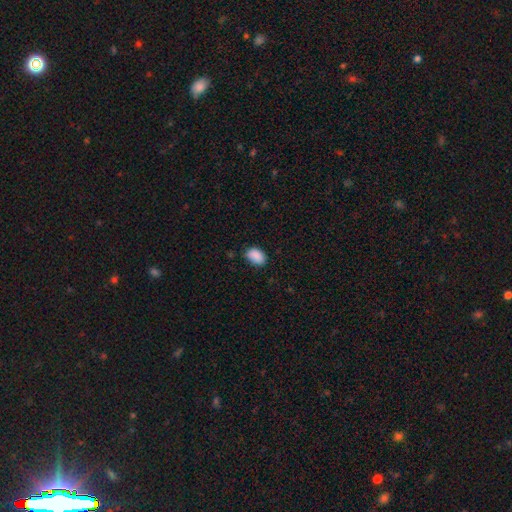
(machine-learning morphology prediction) A smooth galaxy with no disk features (89%) that is in between round and cigar-shaped (83%). Merging: none (75%).